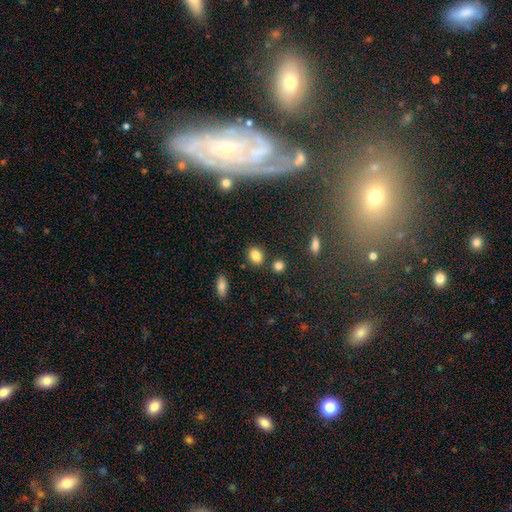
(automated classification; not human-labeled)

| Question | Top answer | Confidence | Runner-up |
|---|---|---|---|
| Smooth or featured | smooth | 84% | star or artifact (10%) |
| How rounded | in between | 59% | round (39%) |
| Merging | none | 80% | minor disturbance (10%) |